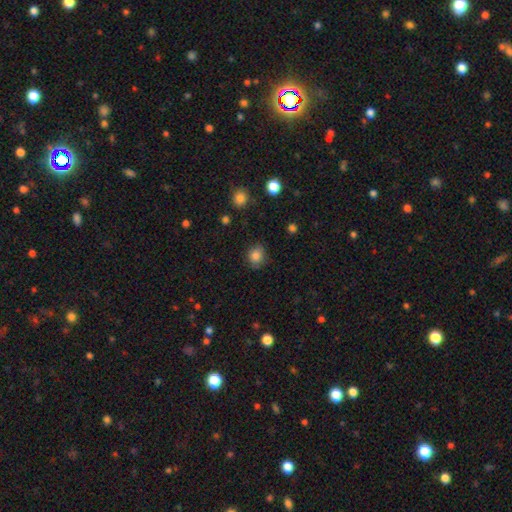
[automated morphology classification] A smooth galaxy with no disk features (83%) that is round (75%). Merging: none (81%).